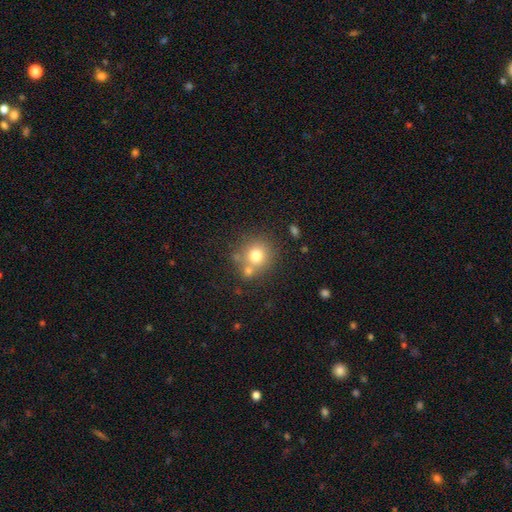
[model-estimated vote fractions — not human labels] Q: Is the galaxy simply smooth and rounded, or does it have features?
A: smooth — 73%.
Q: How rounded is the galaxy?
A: round — 88%.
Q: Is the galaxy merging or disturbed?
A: none — 63%.